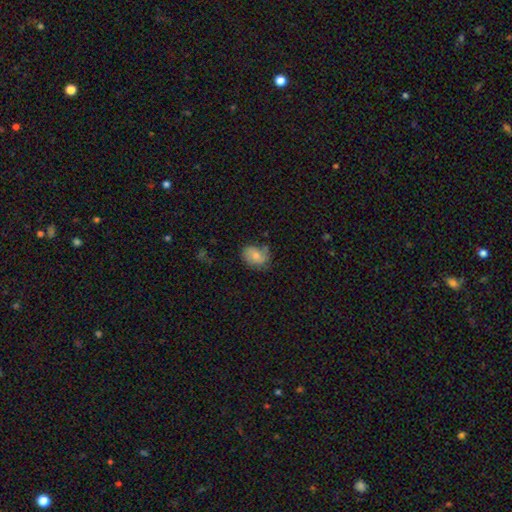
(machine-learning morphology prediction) Smooth or featured? Predicted: smooth (p=0.64). How rounded? Predicted: in between (p=0.67). Merging? Predicted: none (p=0.57).